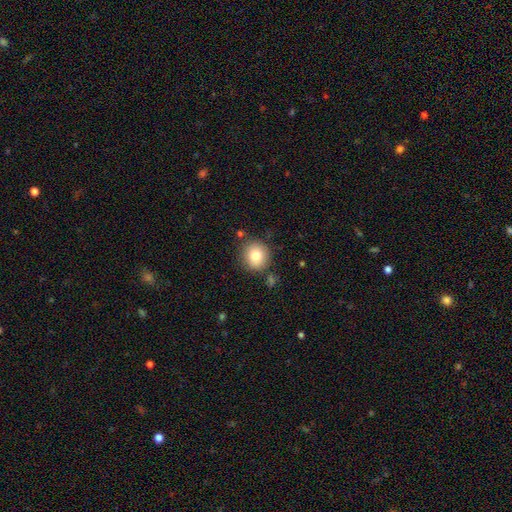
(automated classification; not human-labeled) smooth-or-featured: smooth: 79% | featured or disk: 11% | star or artifact: 10%
  how-rounded: round: 86% | in between: 13% | cigar-shaped: 1%
  merging: none: 82% | minor disturbance: 10% | merger: 4% | major disturbance: 3%